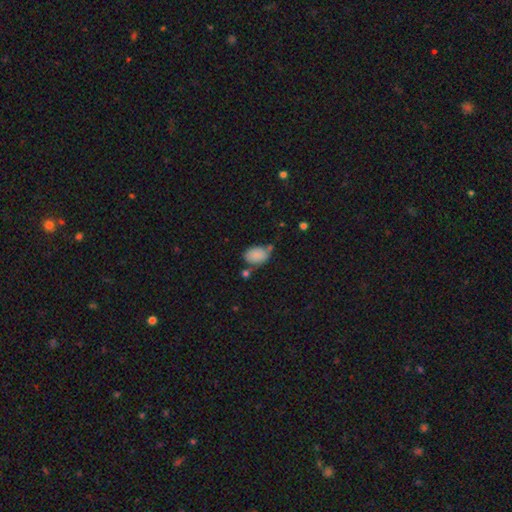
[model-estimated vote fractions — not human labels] Smooth or featured? Predicted: smooth (p=0.86). How rounded? Predicted: in between (p=0.80). Merging? Predicted: none (p=0.57).